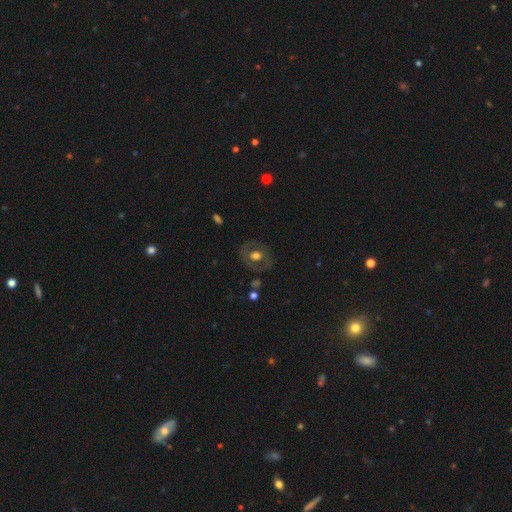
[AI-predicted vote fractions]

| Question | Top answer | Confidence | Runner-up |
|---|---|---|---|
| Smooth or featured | featured or disk | 47% | smooth (45%) |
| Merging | none | 79% | minor disturbance (13%) |